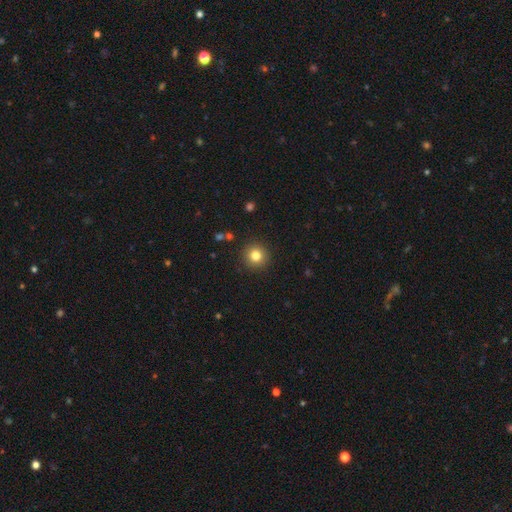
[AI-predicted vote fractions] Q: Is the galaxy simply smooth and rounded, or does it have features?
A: smooth — 81%.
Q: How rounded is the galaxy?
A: round — 94%.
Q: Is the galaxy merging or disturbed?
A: none — 91%.